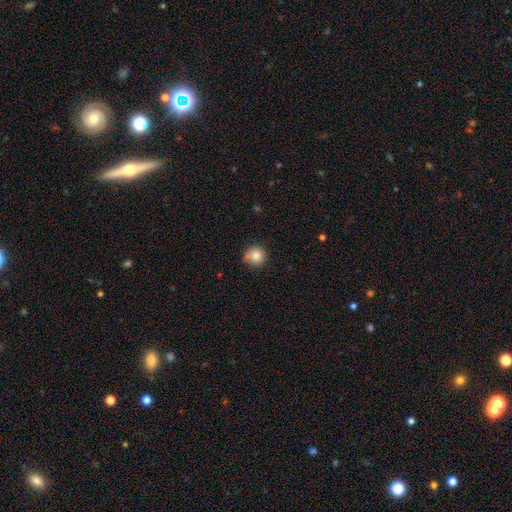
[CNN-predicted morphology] Smooth or featured? Predicted: smooth (p=0.83). How rounded? Predicted: round (p=0.93). Merging? Predicted: none (p=0.74).